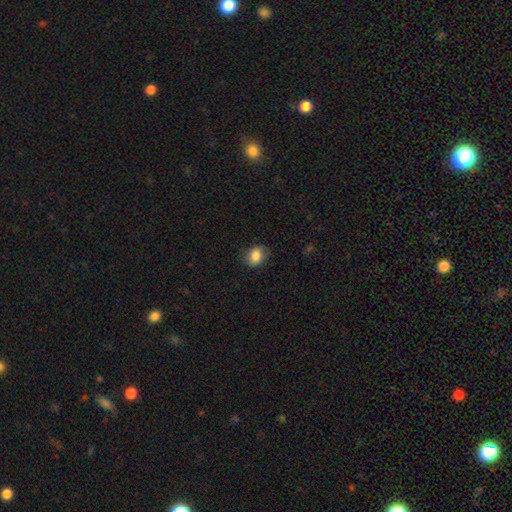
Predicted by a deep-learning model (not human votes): Q: Smooth or featured?
A: smooth (85%); runner-up: star or artifact (9%)
Q: How rounded?
A: in between (56%); runner-up: round (43%)
Q: Merging?
A: none (81%); runner-up: minor disturbance (15%)